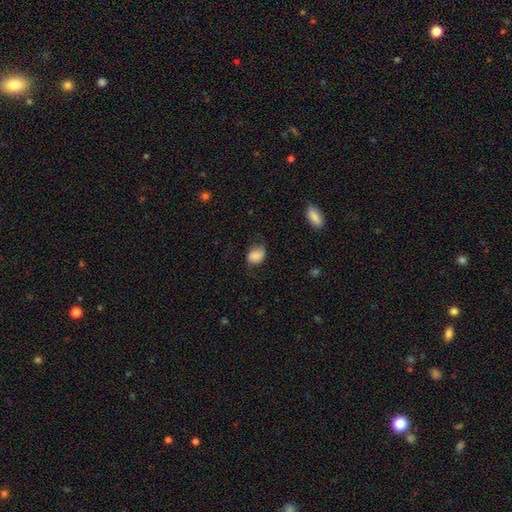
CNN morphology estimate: Smooth or featured? Predicted: smooth (p=0.79). How rounded? Predicted: in between (p=0.65). Merging? Predicted: none (p=0.58).